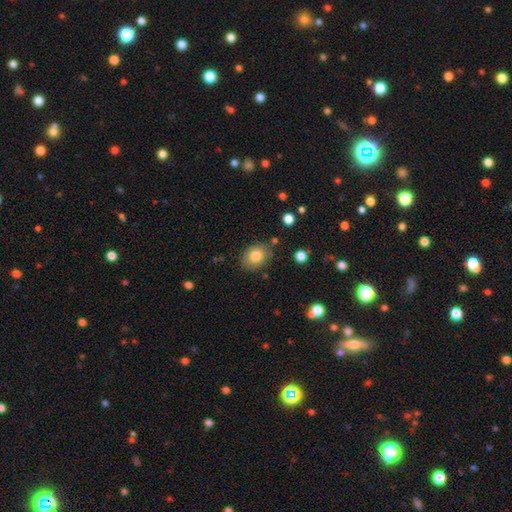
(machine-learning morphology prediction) Smooth or featured? smooth (80%)
How rounded? in between (63%)
Merging? none (79%)